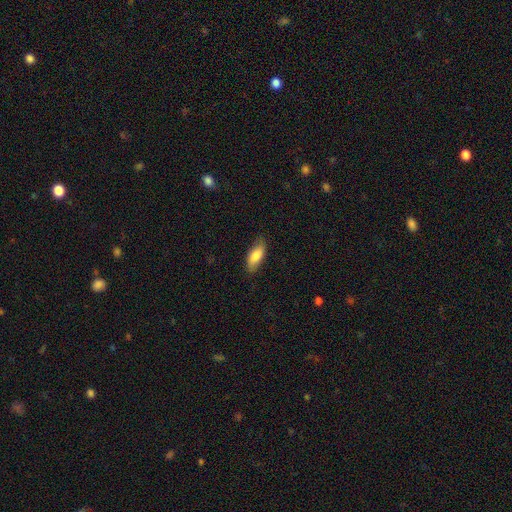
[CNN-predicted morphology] Smooth or featured? Predicted: smooth (p=0.81). How rounded? Predicted: in between (p=0.80). Merging? Predicted: none (p=0.79).